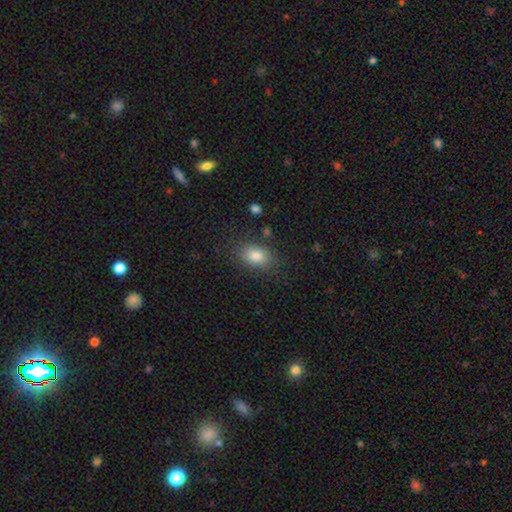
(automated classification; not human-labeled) smooth_or_featured: smooth (p=0.84) [alt: star or artifact p=0.09]
how_rounded: in between (p=0.84) [alt: round p=0.15]
merging: none (p=0.83) [alt: minor disturbance p=0.12]